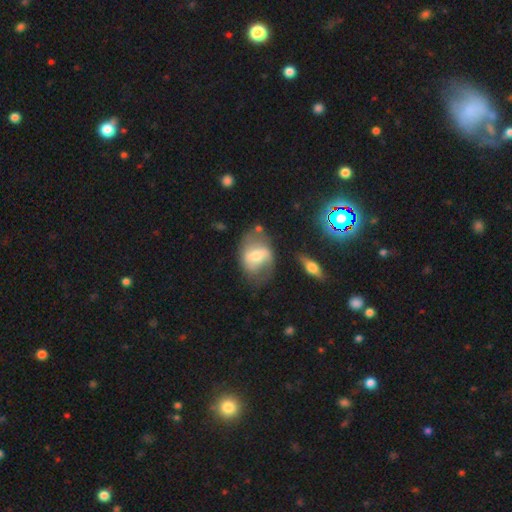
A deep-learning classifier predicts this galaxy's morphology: Overall: featured or disk (58%; smooth 34%). Edge-on disk: no (94%). Bar: weak (41%; strong 40%). Spiral arms: yes (68%; no 32%). Bulge size: moderate (47%; small 37%). Merging: none (53%; minor disturbance 25%).